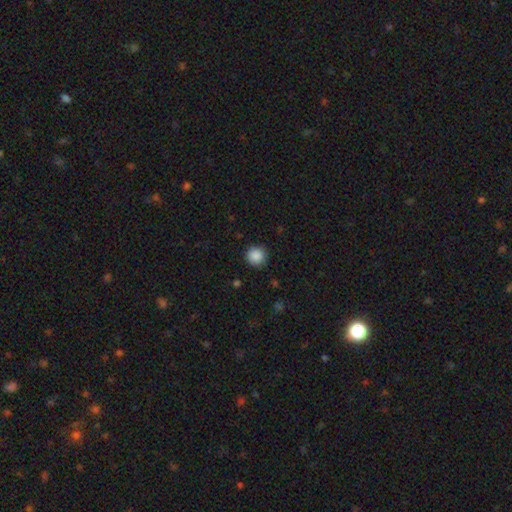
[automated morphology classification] This is clearly a smooth galaxy (88%). How rounded: clearly round (95%). Merging: clearly none (90%).